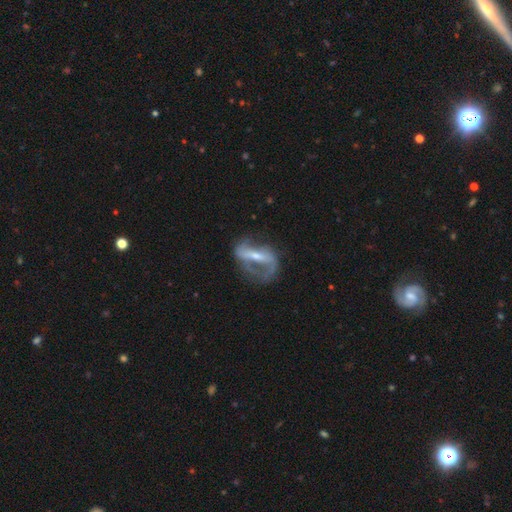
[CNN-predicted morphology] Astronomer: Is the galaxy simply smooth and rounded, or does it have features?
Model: featured or disk — 81%.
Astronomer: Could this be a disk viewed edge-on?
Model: no — 90%.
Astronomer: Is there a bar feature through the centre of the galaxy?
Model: strong — 61%.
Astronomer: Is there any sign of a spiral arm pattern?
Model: yes — 79%.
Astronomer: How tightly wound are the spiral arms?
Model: medium — 42% (runner-up: loose, 37%).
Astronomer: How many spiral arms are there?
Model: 2 — 72%.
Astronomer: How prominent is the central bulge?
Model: small — 54% (runner-up: moderate, 38%).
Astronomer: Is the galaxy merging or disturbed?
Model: none — 51% (runner-up: major disturbance, 26%).